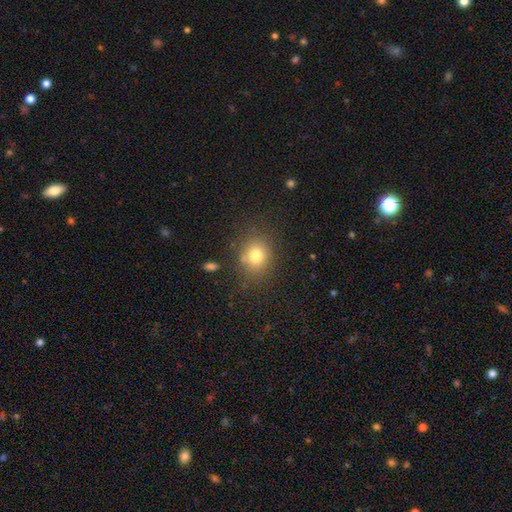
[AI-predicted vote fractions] Q: Smooth or featured?
A: smooth (76%); runner-up: star or artifact (14%)
Q: How rounded?
A: round (69%); runner-up: in between (30%)
Q: Merging?
A: none (81%); runner-up: minor disturbance (11%)